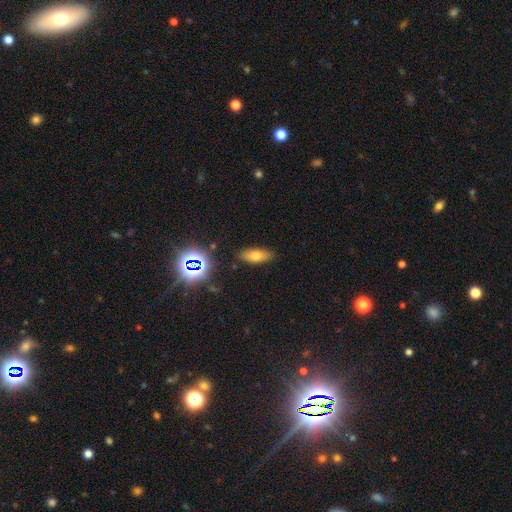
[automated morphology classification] A smooth galaxy with no disk features (69%) that is in between round and cigar-shaped (74%). Merging: none (85%).